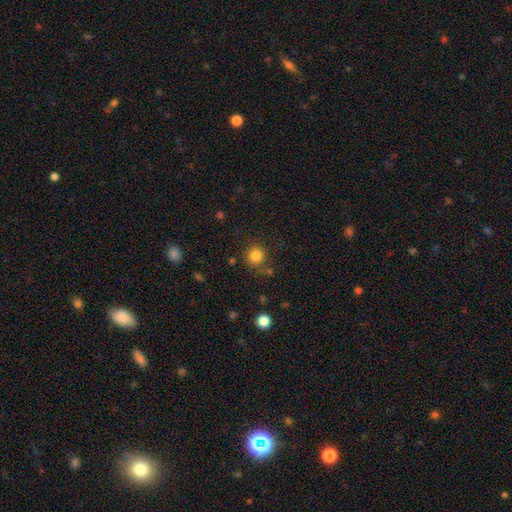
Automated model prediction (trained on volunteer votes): Morphology: type=smooth (83%); roundness=round (90%); merging=none (80%).